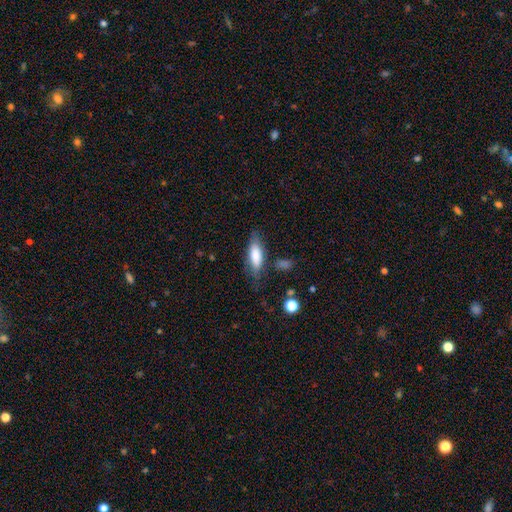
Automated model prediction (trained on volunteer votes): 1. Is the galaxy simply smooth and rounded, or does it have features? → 78% smooth, 16% featured or disk, 7% star or artifact.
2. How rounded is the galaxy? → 64% in between, 34% cigar-shaped, 2% round.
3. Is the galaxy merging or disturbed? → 67% none, 22% minor disturbance, 7% major disturbance, 4% merger.